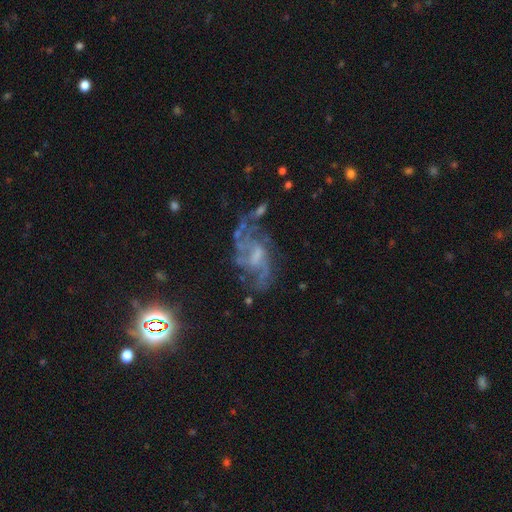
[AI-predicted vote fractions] A featured or disk galaxy (76%) with a weak bar (48%), 2 (43%) medium (47%) spiral arms (87%) and a small central bulge (36%).

Vote fractions:
- Smooth or featured? featured or disk: 76% / star or artifact: 14% / smooth: 10%
- Edge-on disk? no: 96% / yes: 4%
- Bar? weak: 48% / no: 38% / strong: 14%
- Spiral arms? yes: 87% / no: 13%
- Spiral winding? medium: 47% / loose: 33% / tight: 20%
- Spiral arm count? 2: 43% / can't tell: 27% / 3: 15% / 4: 6% / 1: 5% / more than 4: 4%
- Bulge size? small: 36% / none: 32% / moderate: 27% / large: 3% / dominant: 1%
- Merging? none: 56% / major disturbance: 20% / minor disturbance: 19% / merger: 4%